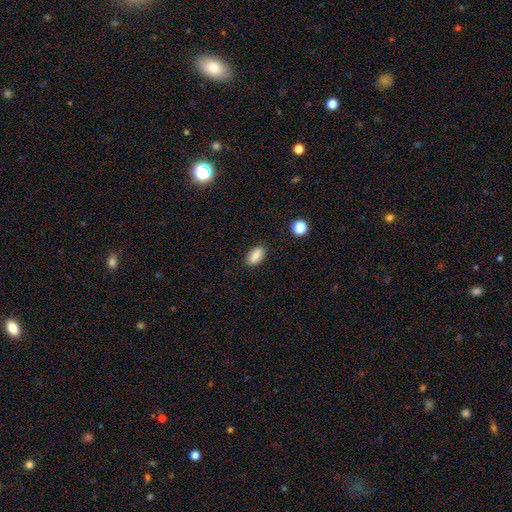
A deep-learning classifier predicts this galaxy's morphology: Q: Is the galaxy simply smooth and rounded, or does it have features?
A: smooth — 83%.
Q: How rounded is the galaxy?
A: in between — 91%.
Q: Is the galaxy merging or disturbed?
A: none — 87%.